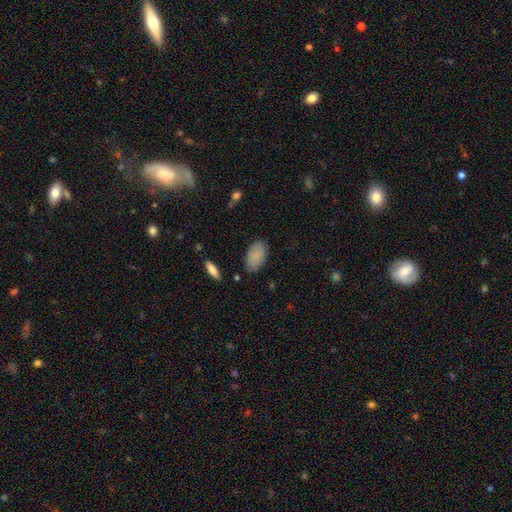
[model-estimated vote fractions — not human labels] smooth_or_featured: smooth (p=0.85) [alt: featured or disk p=0.09]
how_rounded: in between (p=0.94) [alt: round p=0.04]
merging: none (p=0.83) [alt: minor disturbance p=0.12]